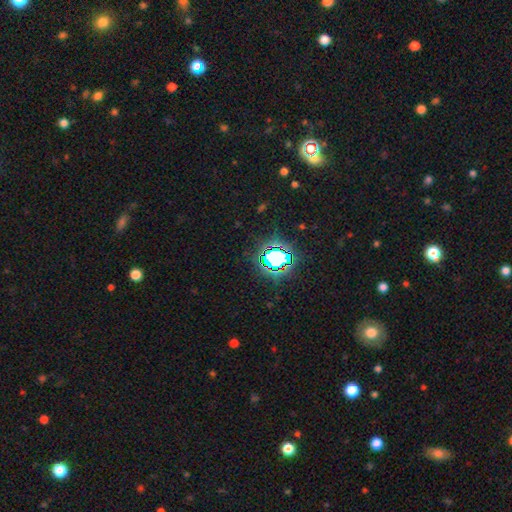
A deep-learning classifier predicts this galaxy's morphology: Smooth or featured?
  - star or artifact: 79% *
  - smooth: 13%
  - featured or disk: 8%